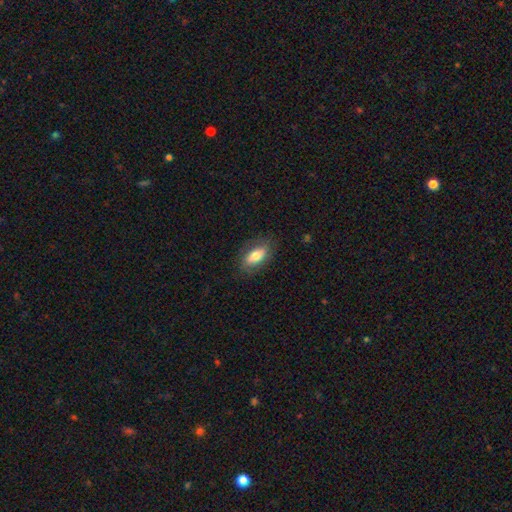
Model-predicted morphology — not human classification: A smooth galaxy with no disk features (70%) that is in between round and cigar-shaped (89%).

Vote fractions:
- Smooth or featured? smooth: 70% / featured or disk: 23% / star or artifact: 7%
- How rounded? in between: 89% / cigar-shaped: 7% / round: 5%
- Merging? none: 80% / minor disturbance: 14% / major disturbance: 5% / merger: 1%